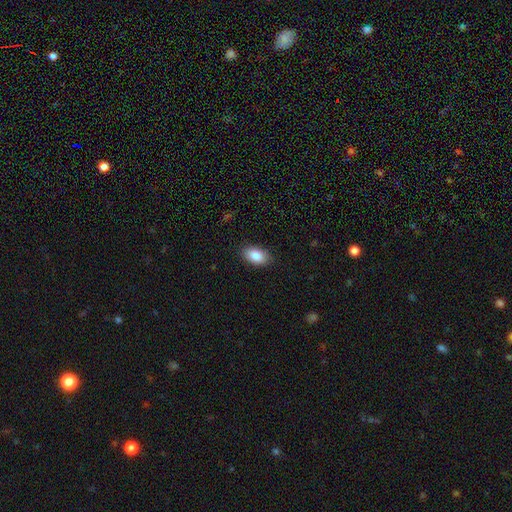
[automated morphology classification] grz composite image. It shows a smooth galaxy with no disk features (87%) that is in between round and cigar-shaped (93%). Merging: none (87%).